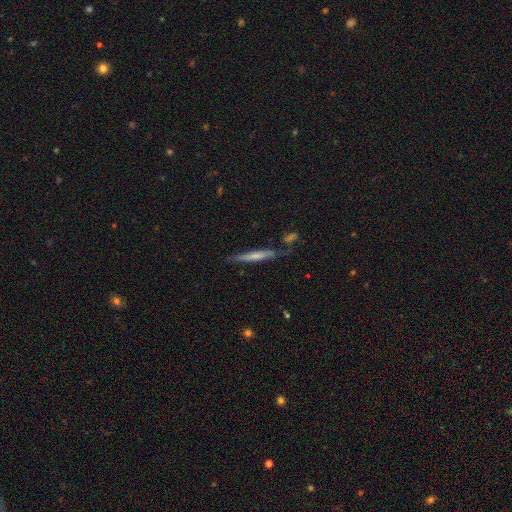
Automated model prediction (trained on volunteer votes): Smooth or featured? Predicted: smooth (p=0.48). Merging? Predicted: none (p=0.67).